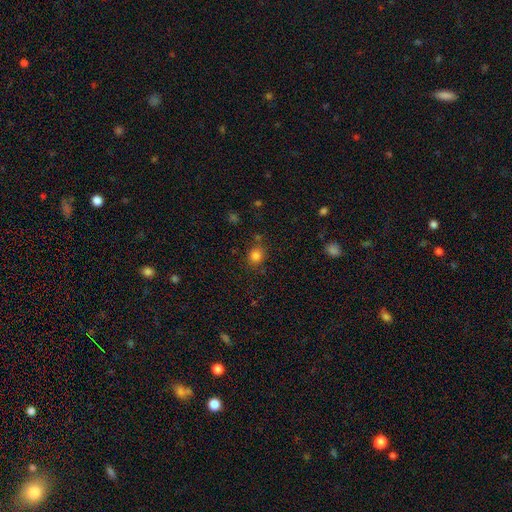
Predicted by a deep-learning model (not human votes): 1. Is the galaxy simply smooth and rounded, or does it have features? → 82% smooth, 13% star or artifact, 5% featured or disk.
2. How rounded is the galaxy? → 78% round, 21% in between, 1% cigar-shaped.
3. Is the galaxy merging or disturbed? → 77% none, 13% minor disturbance, 6% merger, 4% major disturbance.